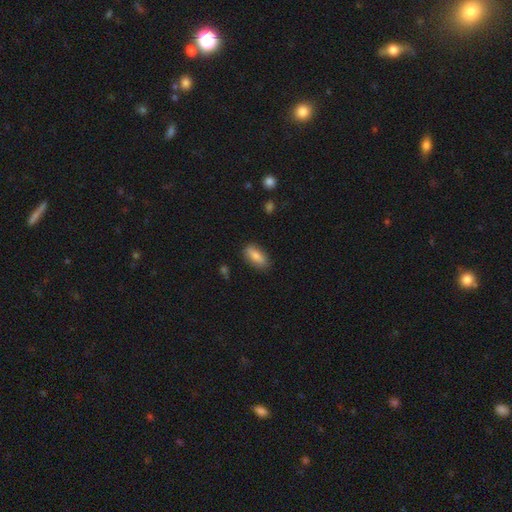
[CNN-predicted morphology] type=smooth (80%); roundness=in between (83%); merging=none (82%).